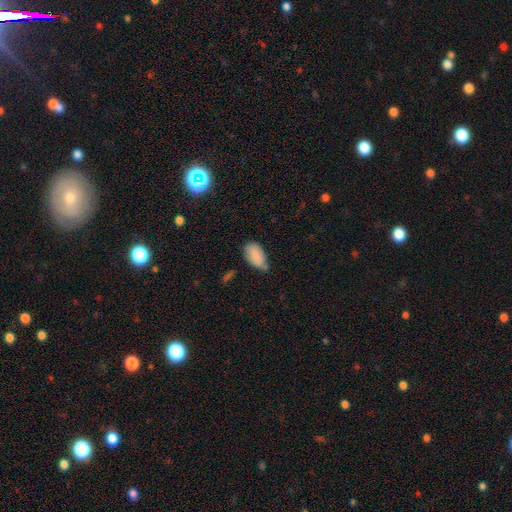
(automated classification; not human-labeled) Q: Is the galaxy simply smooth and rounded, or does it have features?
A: smooth — 86%.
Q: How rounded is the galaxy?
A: in between — 94%.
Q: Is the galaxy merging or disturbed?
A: minor disturbance — 44%.